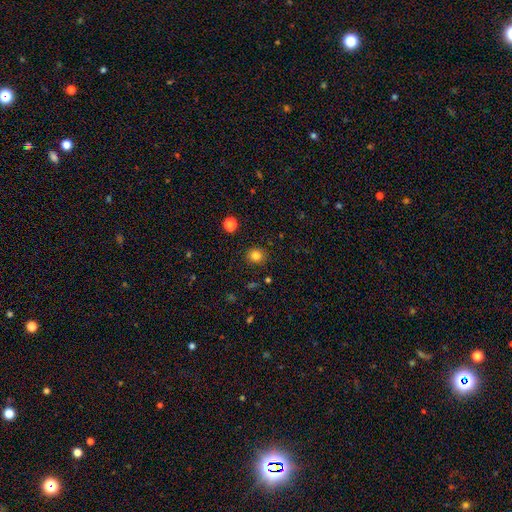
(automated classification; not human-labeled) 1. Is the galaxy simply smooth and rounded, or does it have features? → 82% smooth, 13% star or artifact, 5% featured or disk.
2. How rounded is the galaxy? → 81% round, 18% in between, 1% cigar-shaped.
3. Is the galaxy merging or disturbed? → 88% none, 8% minor disturbance, 2% major disturbance, 2% merger.